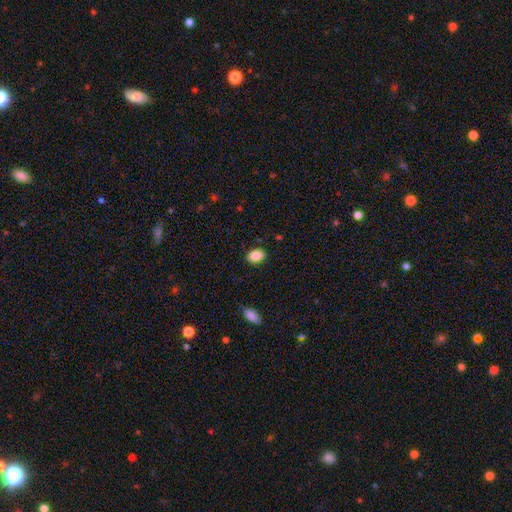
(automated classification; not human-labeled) A smooth galaxy with no disk features (87%) that is in between round and cigar-shaped (71%).

Vote fractions:
- Smooth or featured? smooth: 87% / star or artifact: 8% / featured or disk: 4%
- How rounded? in between: 71% / round: 28% / cigar-shaped: 1%
- Merging? none: 88% / minor disturbance: 8% / major disturbance: 2% / merger: 1%